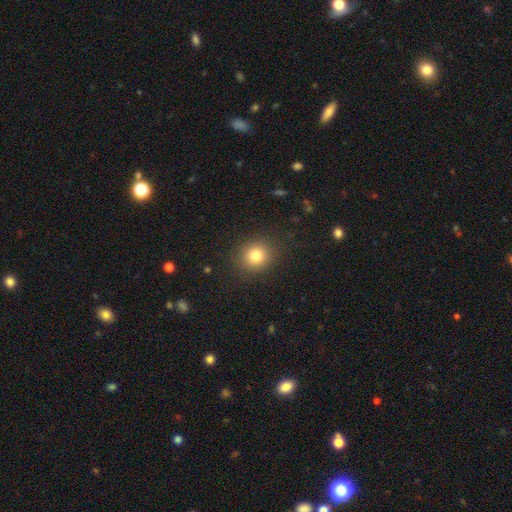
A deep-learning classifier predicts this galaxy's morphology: Smooth or featured? smooth (80%)
How rounded? round (83%)
Merging? none (88%)